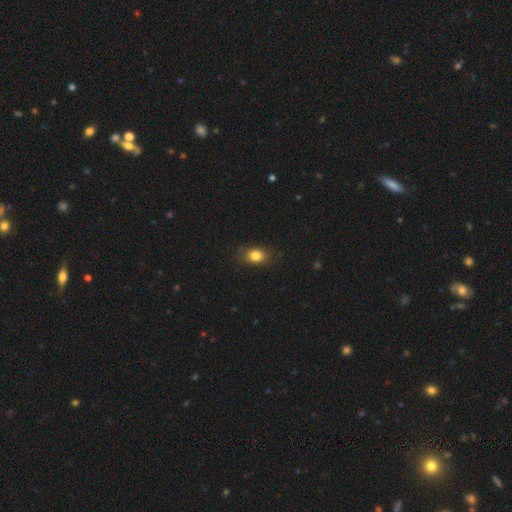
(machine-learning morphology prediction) Smooth or featured? smooth (82%)
How rounded? in between (64%)
Merging? none (80%)